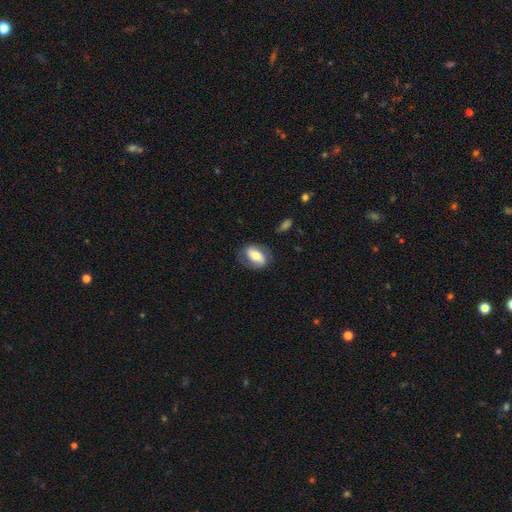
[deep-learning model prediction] This appears to be a smooth galaxy with no disk features (55%) that is in between round and cigar-shaped (83%). Merging: none (73%).